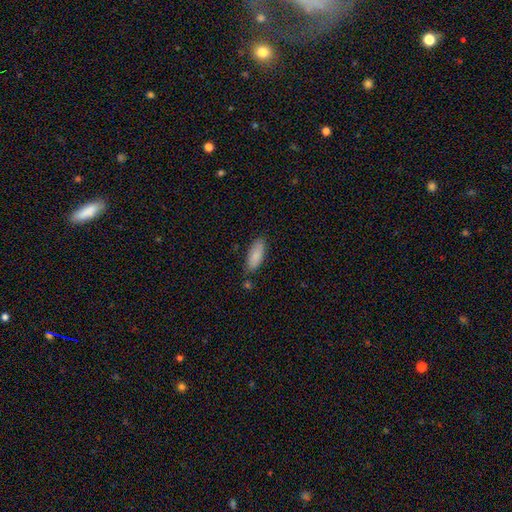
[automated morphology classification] Q: Smooth or featured?
A: smooth (86%); runner-up: featured or disk (8%)
Q: How rounded?
A: in between (76%); runner-up: cigar-shaped (22%)
Q: Merging?
A: none (75%); runner-up: minor disturbance (17%)